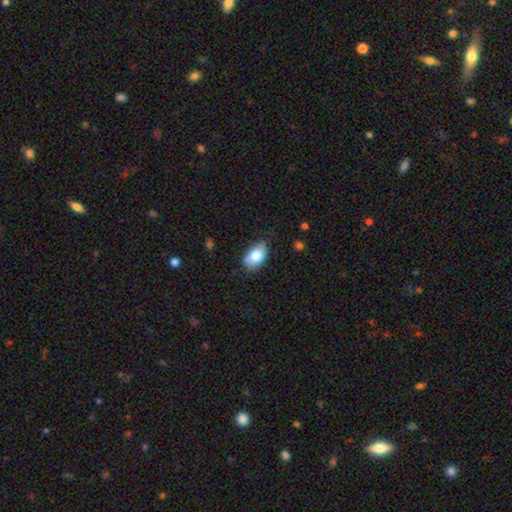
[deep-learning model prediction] smooth-or-featured: smooth: 81% | featured or disk: 12% | star or artifact: 7%
  how-rounded: in between: 90% | round: 8% | cigar-shaped: 1%
  merging: none: 74% | minor disturbance: 20% | major disturbance: 4% | merger: 1%